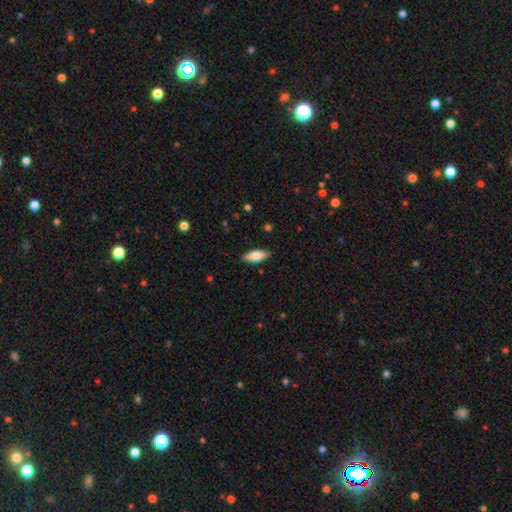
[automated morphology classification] Smooth or featured? smooth (77%)
How rounded? in between (71%)
Merging? none (88%)